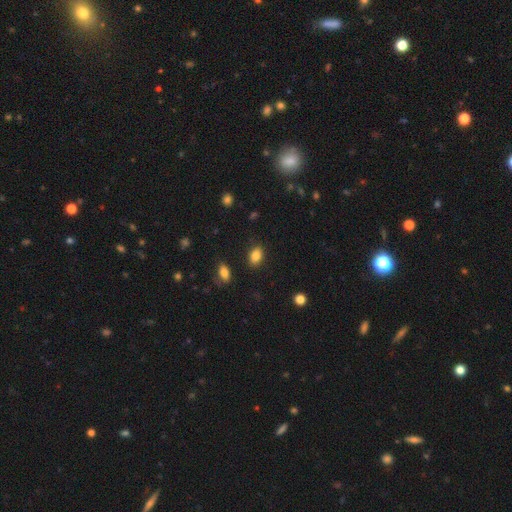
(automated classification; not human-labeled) Smooth or featured?
  - smooth: 86% *
  - star or artifact: 9%
  - featured or disk: 5%
How rounded?
  - in between: 78% *
  - round: 20%
  - cigar-shaped: 1%
Merging?
  - none: 86% *
  - minor disturbance: 9%
  - major disturbance: 3%
  - merger: 2%